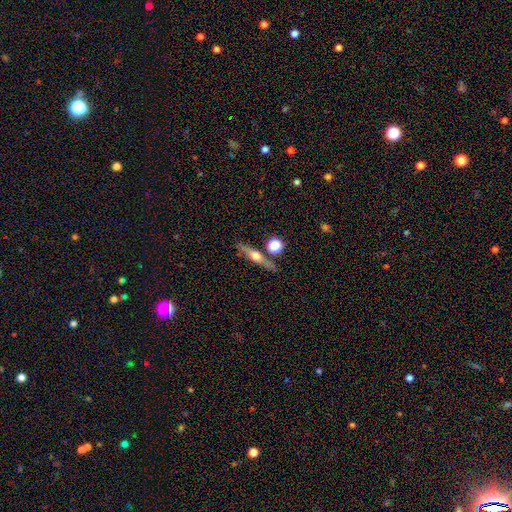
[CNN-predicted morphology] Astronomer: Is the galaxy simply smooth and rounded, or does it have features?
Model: featured or disk — 63%.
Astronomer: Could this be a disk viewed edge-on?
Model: yes — 95%.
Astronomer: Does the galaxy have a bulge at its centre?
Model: rounded — 92%.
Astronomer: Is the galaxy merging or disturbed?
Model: none — 80%.